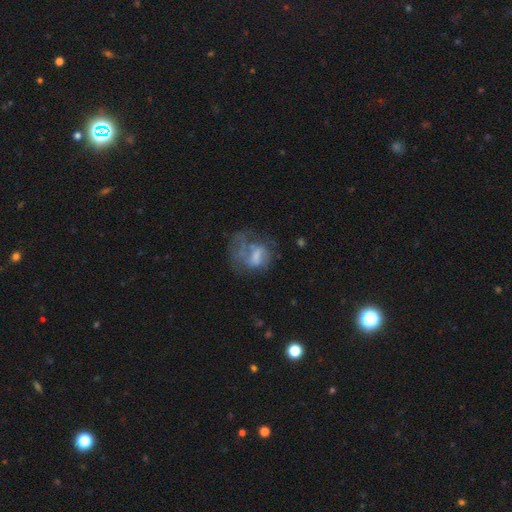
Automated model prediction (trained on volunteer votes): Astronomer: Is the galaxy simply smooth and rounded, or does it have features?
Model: featured or disk — 46% (runner-up: smooth, 42%).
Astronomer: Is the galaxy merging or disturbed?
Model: major disturbance — 43% (runner-up: none, 29%).